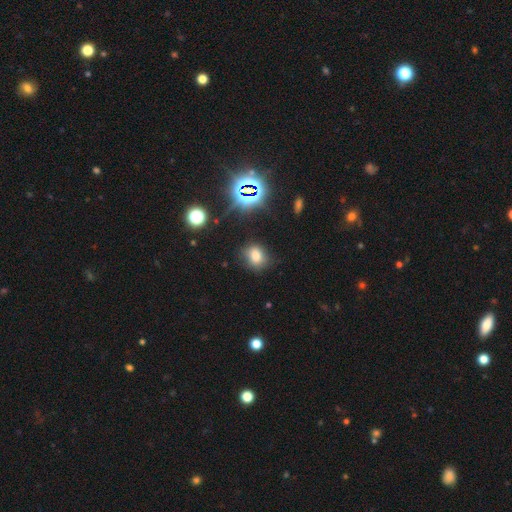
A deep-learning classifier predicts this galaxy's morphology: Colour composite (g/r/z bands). It shows a smooth galaxy with no disk features (73%) that is round (55%). Merging: none (76%).